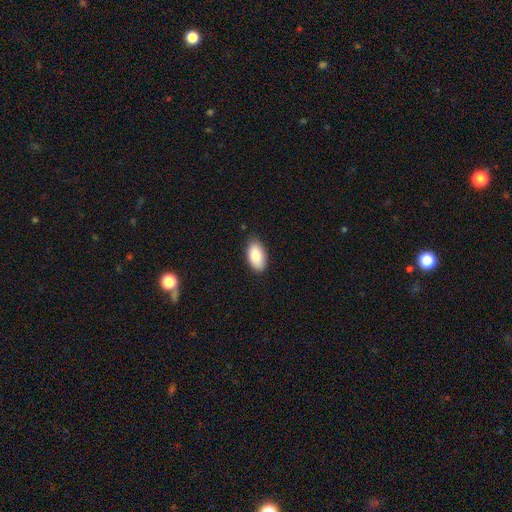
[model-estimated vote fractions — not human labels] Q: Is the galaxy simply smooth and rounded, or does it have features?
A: smooth — 87%.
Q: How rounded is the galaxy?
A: in between — 95%.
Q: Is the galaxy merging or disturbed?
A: none — 86%.